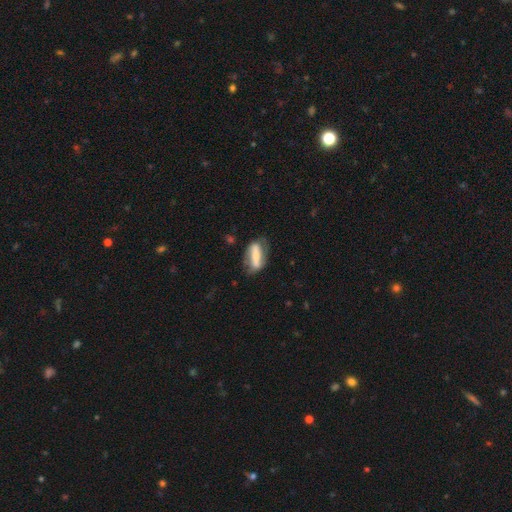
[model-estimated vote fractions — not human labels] Smooth or featured? smooth (48%)
Merging? none (60%)